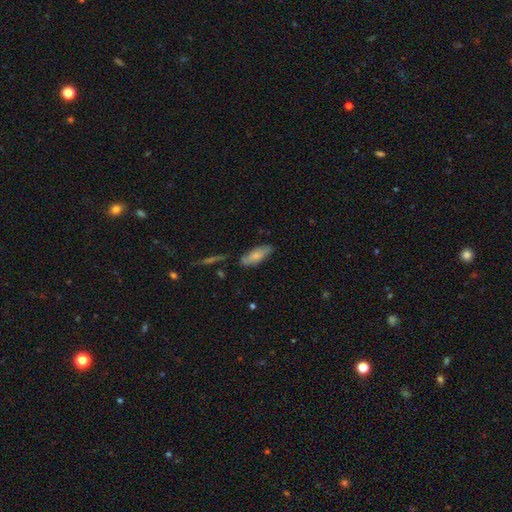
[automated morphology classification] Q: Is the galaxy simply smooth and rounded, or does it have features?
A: smooth — 72%.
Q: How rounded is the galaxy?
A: in between — 69%.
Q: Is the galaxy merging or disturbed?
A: none — 70%.